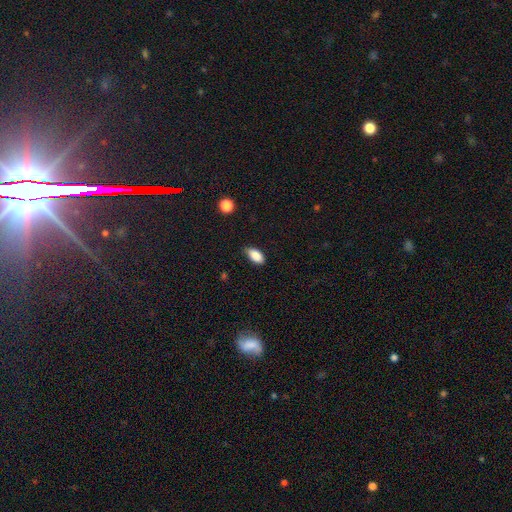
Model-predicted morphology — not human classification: The model was most divided on "merging": none: 76%, minor disturbance: 20%, major disturbance: 3%, merger: 1%. More confident: how rounded — in between (92%); smooth or featured — smooth (87%).